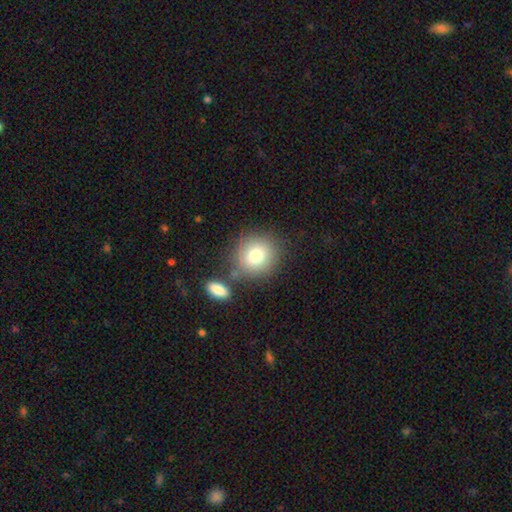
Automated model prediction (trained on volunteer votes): A smooth galaxy with no disk features (78%) that is round (86%).

Vote fractions:
- Smooth or featured? smooth: 78% / featured or disk: 12% / star or artifact: 10%
- How rounded? round: 86% / in between: 13% / cigar-shaped: 1%
- Merging? none: 71% / merger: 13% / minor disturbance: 12% / major disturbance: 4%